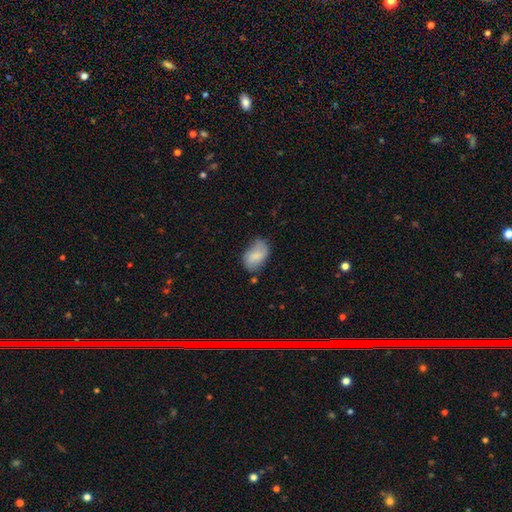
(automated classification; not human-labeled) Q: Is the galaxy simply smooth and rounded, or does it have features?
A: smooth — 76%.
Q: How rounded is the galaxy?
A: in between — 90%.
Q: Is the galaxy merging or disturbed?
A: none — 57%.